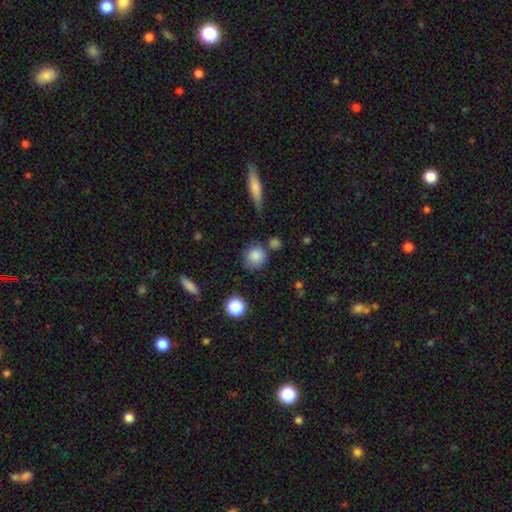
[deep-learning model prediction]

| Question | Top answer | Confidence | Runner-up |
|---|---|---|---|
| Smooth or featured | smooth | 84% | star or artifact (10%) |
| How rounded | round | 88% | in between (11%) |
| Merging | none | 70% | minor disturbance (16%) |